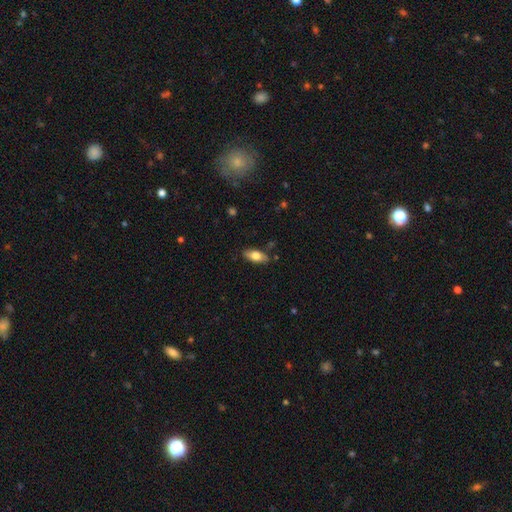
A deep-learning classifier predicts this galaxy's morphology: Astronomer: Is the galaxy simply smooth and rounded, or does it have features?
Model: smooth — 74%.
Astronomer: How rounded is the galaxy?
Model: in between — 85%.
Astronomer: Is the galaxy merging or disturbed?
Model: none — 84%.